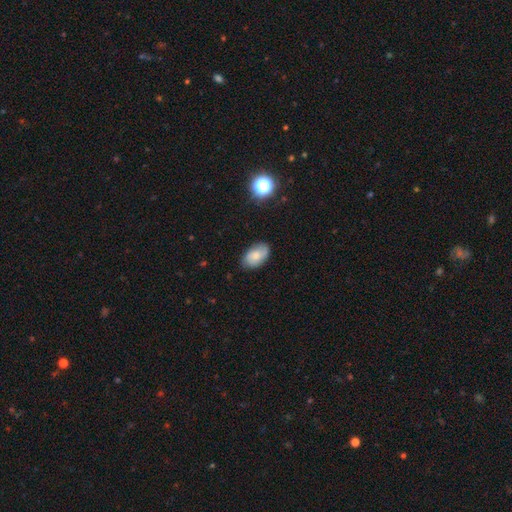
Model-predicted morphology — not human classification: A smooth galaxy with no disk features (67%) that is in between round and cigar-shaped (91%).

Vote fractions:
- Smooth or featured? smooth: 67% / featured or disk: 23% / star or artifact: 9%
- How rounded? in between: 91% / round: 8% / cigar-shaped: 1%
- Merging? none: 77% / minor disturbance: 18% / major disturbance: 3% / merger: 1%